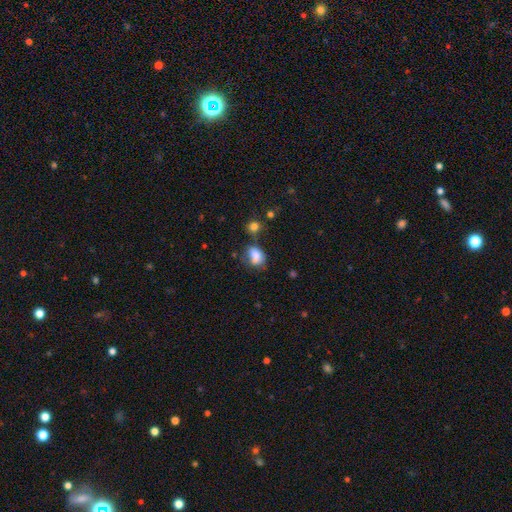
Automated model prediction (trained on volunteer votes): Morphology: type=smooth (77%); roundness=in between (73%); merging=none (41%).